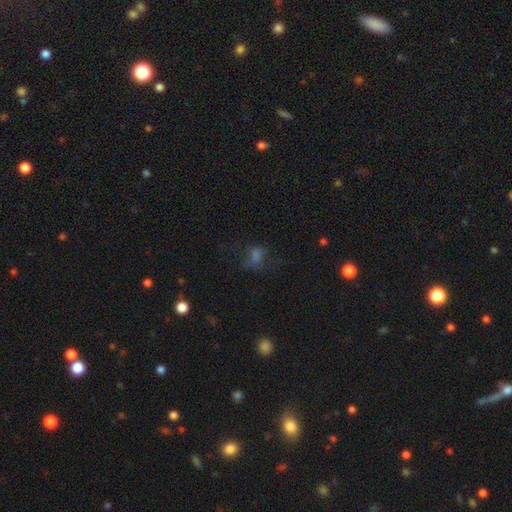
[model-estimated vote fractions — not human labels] smooth 50%, star or artifact 30%, featured or disk 20%. Down the decision tree: merging — none (51%).